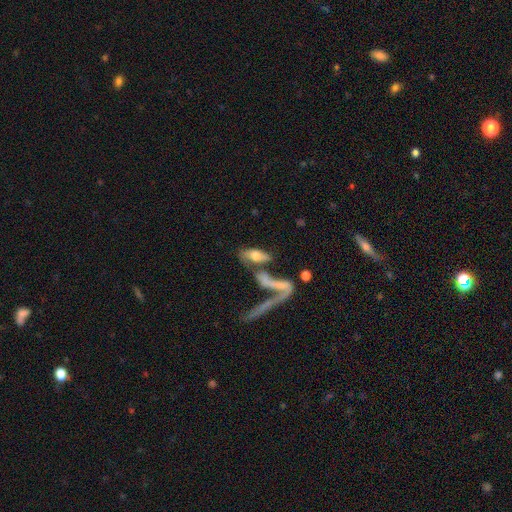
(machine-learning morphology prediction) A smooth galaxy with no disk features (56%) that is in between round and cigar-shaped (74%).

Vote fractions:
- Smooth or featured? smooth: 56% / featured or disk: 36% / star or artifact: 8%
- How rounded? in between: 74% / cigar-shaped: 22% / round: 4%
- Merging? merger: 51% / none: 23% / major disturbance: 16% / minor disturbance: 10%